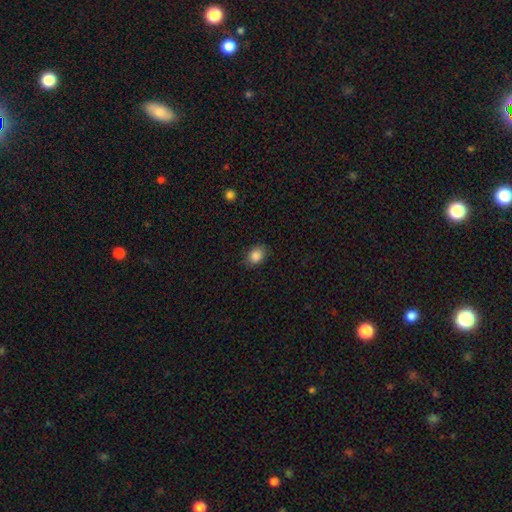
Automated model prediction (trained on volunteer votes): Overall: smooth (87%). How rounded: in between (62%; round 37%). Merging: none (85%).